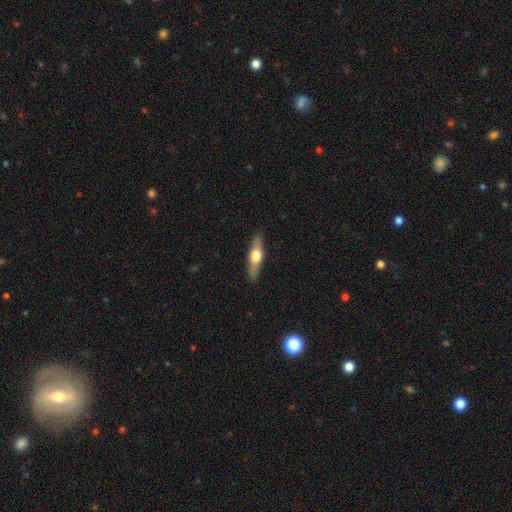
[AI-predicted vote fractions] Q: Smooth or featured?
A: featured or disk (55%); runner-up: smooth (39%)
Q: Edge-on disk?
A: yes (93%); runner-up: no (7%)
Q: Edge-on bulge?
A: rounded (95%); runner-up: boxy (3%)
Q: Merging?
A: none (89%); runner-up: minor disturbance (8%)